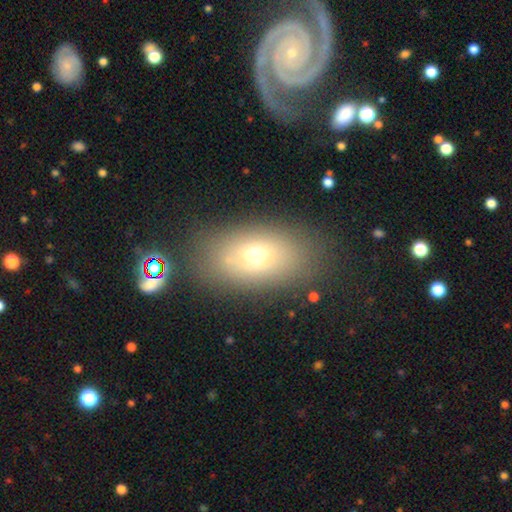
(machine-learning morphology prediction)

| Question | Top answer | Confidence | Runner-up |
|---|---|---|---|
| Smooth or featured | smooth | 65% | featured or disk (21%) |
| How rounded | in between | 85% | round (12%) |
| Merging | none | 79% | minor disturbance (11%) |